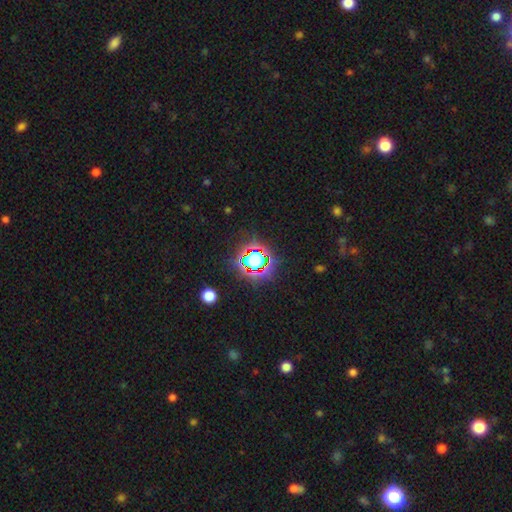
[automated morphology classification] Smooth or featured? Predicted: star or artifact (p=0.70).